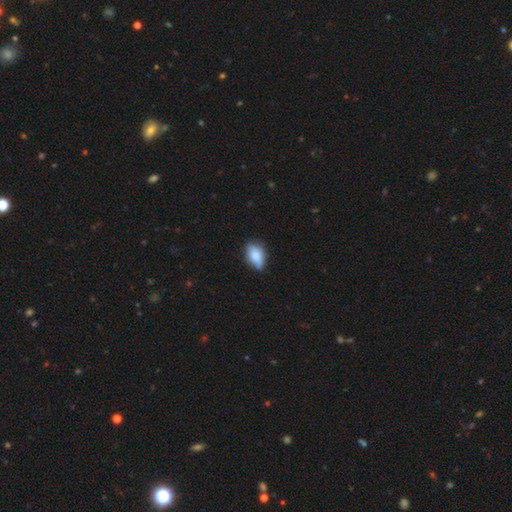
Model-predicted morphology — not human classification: Smooth or featured?
  - smooth: 81% *
  - featured or disk: 12%
  - star or artifact: 7%
How rounded?
  - in between: 89% *
  - round: 8%
  - cigar-shaped: 3%
Merging?
  - none: 67% *
  - minor disturbance: 28%
  - major disturbance: 4%
  - merger: 2%